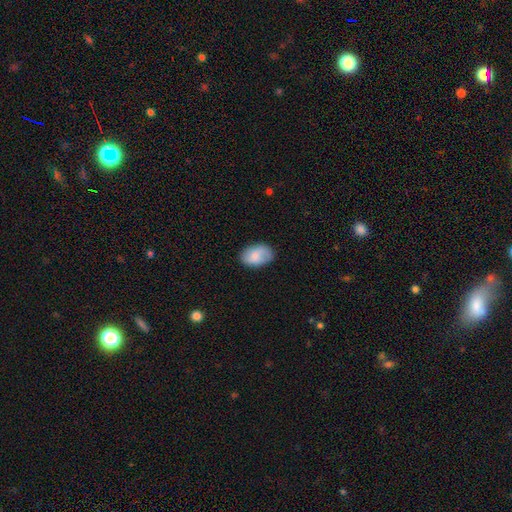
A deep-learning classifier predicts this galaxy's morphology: The model was most divided on "smooth or featured": smooth: 75%, featured or disk: 18%, star or artifact: 7%. More confident: how rounded — in between (88%); merging — none (77%).